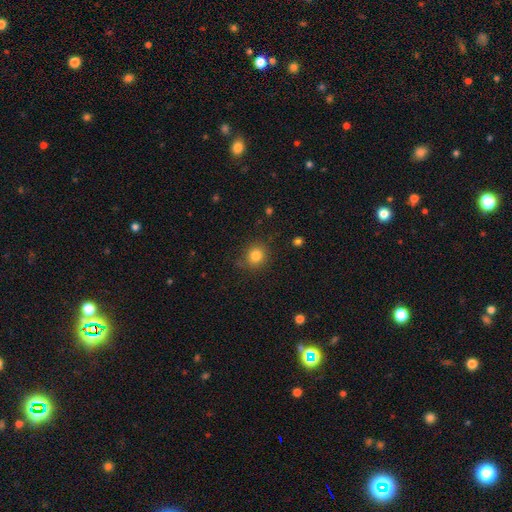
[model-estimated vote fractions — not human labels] smooth 82%, star or artifact 12%, featured or disk 6%. Down the decision tree: how rounded — round (86%); merging — none (83%).